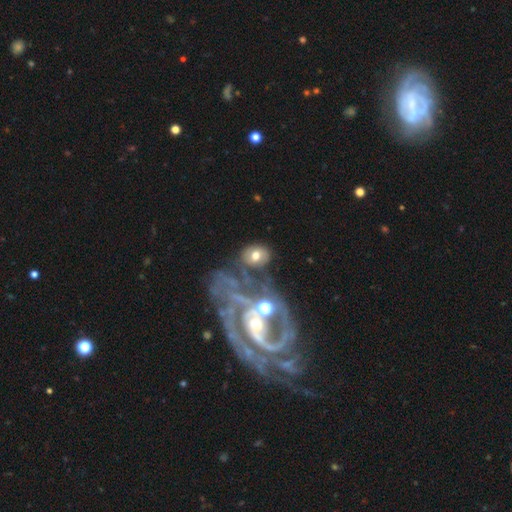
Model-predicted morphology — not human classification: Q: Smooth or featured?
A: smooth (57%); runner-up: featured or disk (29%)
Q: How rounded?
A: in between (53%); runner-up: round (45%)
Q: Merging?
A: none (56%); runner-up: merger (16%)